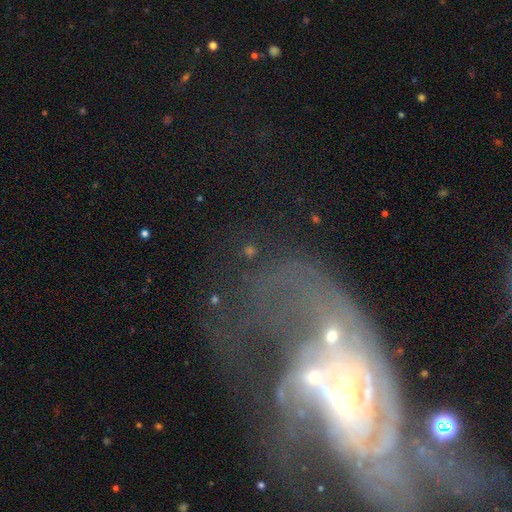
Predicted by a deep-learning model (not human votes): Smooth or featured: featured or disk — 75% (star or artifact — 14%)
Edge-on disk: no — 95% (yes — 5%)
Bar: no — 67% (weak — 22%)
Spiral arms: yes — 79% (no — 21%)
Spiral winding: tight — 40% (medium — 34%)
Spiral arm count: can't tell — 34% (2 — 30%)
Bulge size: small — 65% (moderate — 25%)
Merging: major disturbance — 37% (none — 27%)